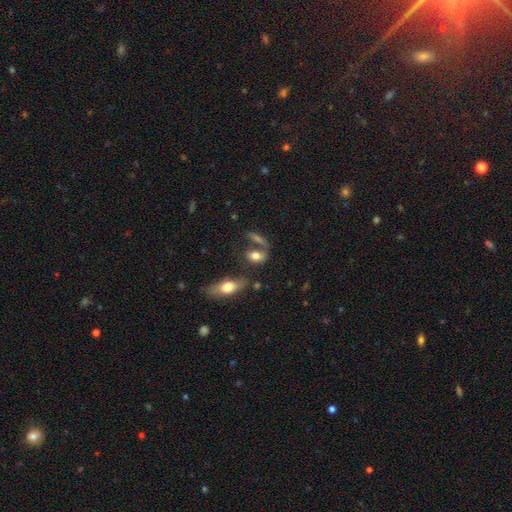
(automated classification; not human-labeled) The model was most divided on "merging": none: 49%, merger: 28%, minor disturbance: 14%, major disturbance: 9%. More confident: smooth or featured — smooth (73%); how rounded — in between (71%).